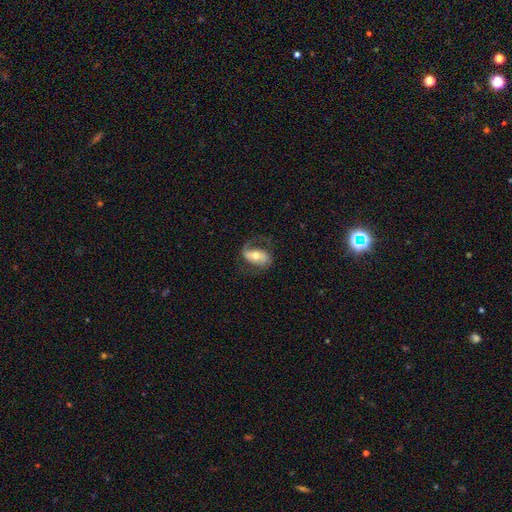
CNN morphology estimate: This is likely a featured or disk galaxy (67%). It is clearly not viewed edge-on (93%). Bar: marginally strong (37%). Spiral arm pattern: clearly yes (87%). Spiral arm count: clearly 2 (80%). Spiral winding: marginally loose (43%). Central bulge: likely moderate (69%). Merging: likely none (66%).